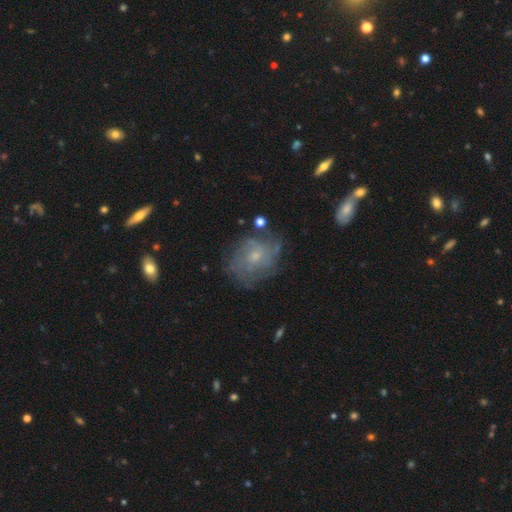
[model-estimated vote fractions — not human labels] smooth_or_featured: featured or disk (p=0.67) [alt: smooth p=0.23]
disk_edge_on: no (p=0.97) [alt: yes p=0.03]
bar: no (p=0.76) [alt: weak p=0.22]
has_spiral_arms: yes (p=0.81) [alt: no p=0.19]
spiral_winding: tight (p=0.49) [alt: medium p=0.35]
spiral_arm_count: can't tell (p=0.51) [alt: 3 p=0.13]
bulge_size: small (p=0.68) [alt: moderate p=0.27]
merging: none (p=0.67) [alt: minor disturbance p=0.20]